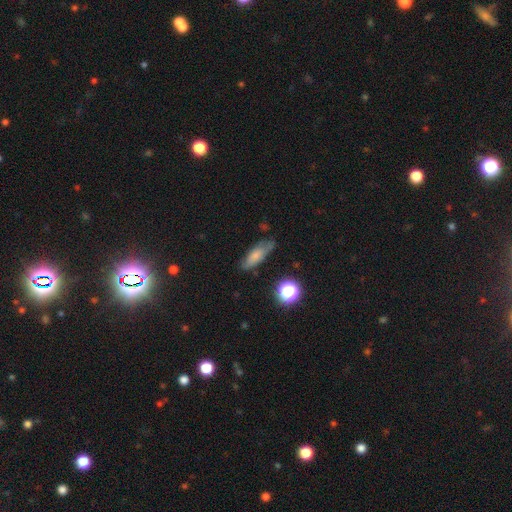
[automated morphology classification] type=smooth (65%); roundness=in between (64%); merging=none (63%).